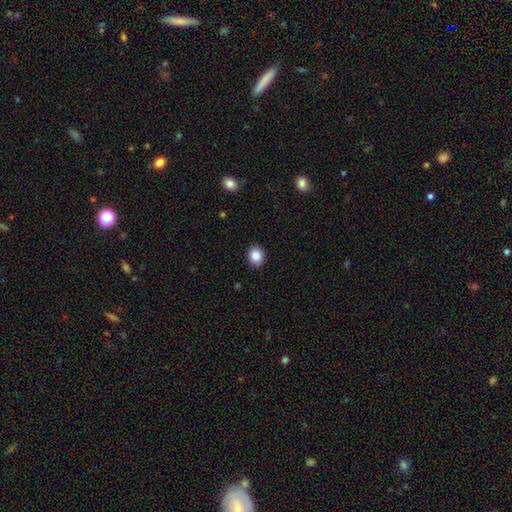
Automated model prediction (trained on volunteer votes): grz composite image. It shows a smooth galaxy with no disk features (86%) that is round (58%). Merging: none (91%).